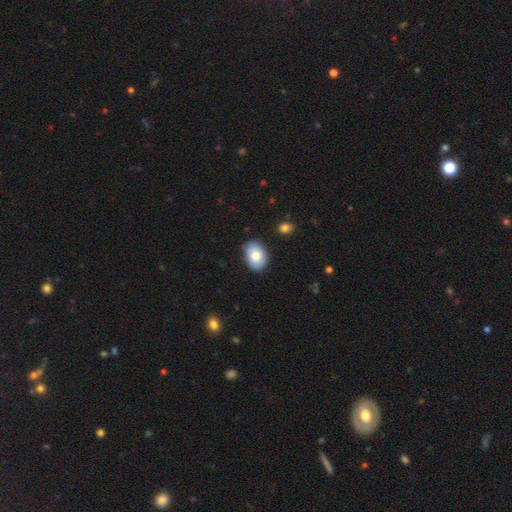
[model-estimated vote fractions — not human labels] Overall: smooth (80%). How rounded: in between (79%). Merging: none (82%).